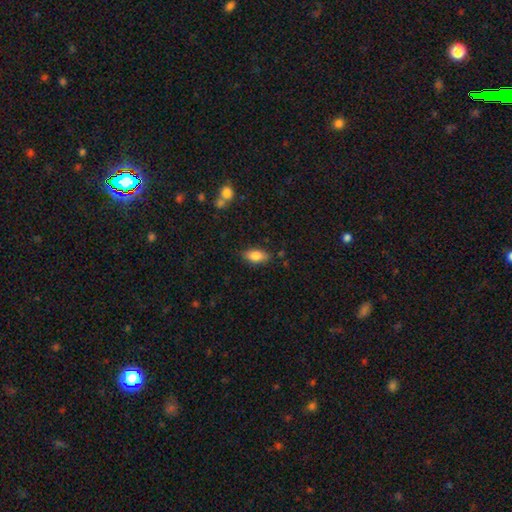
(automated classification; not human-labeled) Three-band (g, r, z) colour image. It shows a smooth galaxy with no disk features (80%) that is in between round and cigar-shaped (86%). Merging: none (81%).